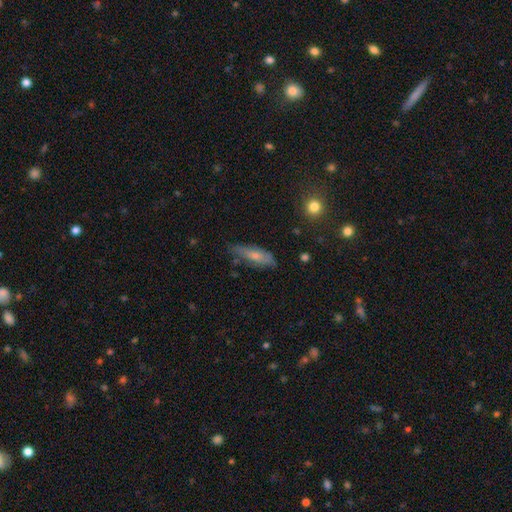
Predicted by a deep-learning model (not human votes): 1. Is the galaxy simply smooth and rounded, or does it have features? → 58% smooth, 35% featured or disk, 7% star or artifact.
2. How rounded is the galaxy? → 51% in between, 46% cigar-shaped, 3% round.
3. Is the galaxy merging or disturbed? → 62% none, 28% minor disturbance, 7% major disturbance, 3% merger.